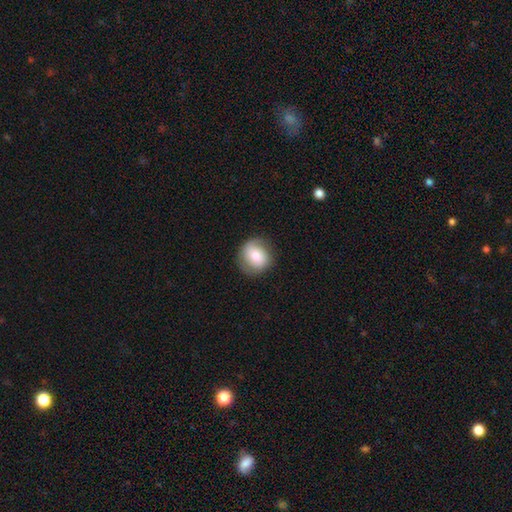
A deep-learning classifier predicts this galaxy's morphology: Smooth or featured? smooth (60%)
How rounded? round (81%)
Merging? none (80%)